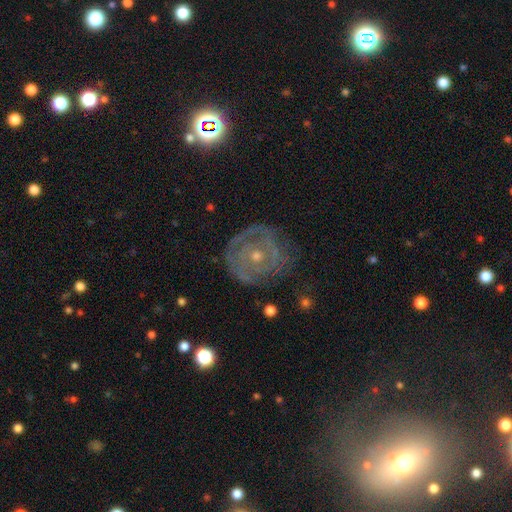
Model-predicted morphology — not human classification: Smooth or featured? featured or disk (79%)
Edge-on disk? no (97%)
Bar? no (82%)
Spiral arms? yes (78%)
Spiral winding? tight (74%)
Spiral arm count? can't tell (44%)
Bulge size? small (61%)
Merging? none (74%)